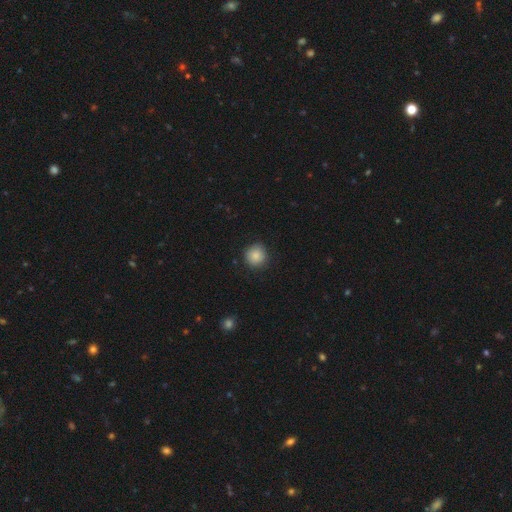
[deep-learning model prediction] The model was most divided on "merging": none: 85%, minor disturbance: 11%, major disturbance: 3%, merger: 1%. More confident: how rounded — round (93%); smooth or featured — smooth (85%).